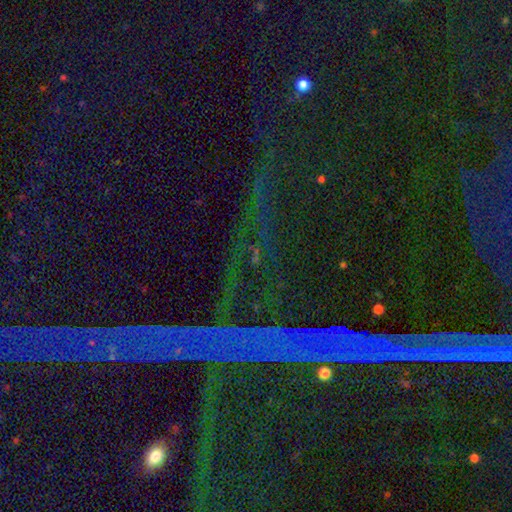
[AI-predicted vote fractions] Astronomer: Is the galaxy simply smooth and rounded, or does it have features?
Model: star or artifact — 86%.